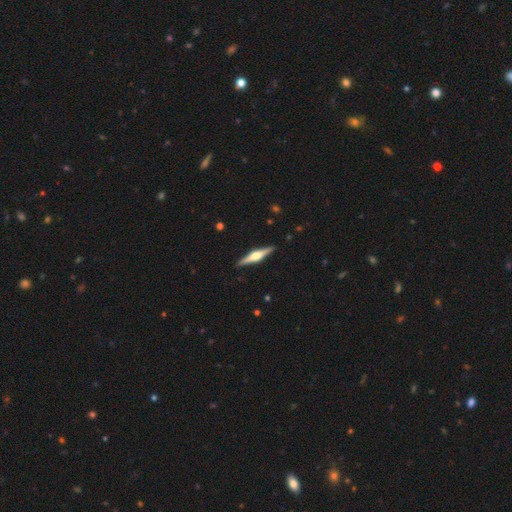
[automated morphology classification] This is likely a featured or disk galaxy (75%). It is clearly viewed edge-on (98%). Edge-on bulge: clearly rounded (88%). Merging: clearly none (91%).